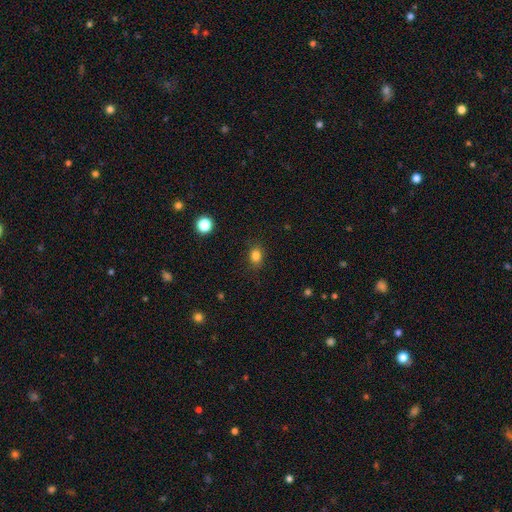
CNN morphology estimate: Smooth or featured: smooth — 82% (star or artifact — 12%)
How rounded: in between — 56% (round — 43%)
Merging: none — 86% (minor disturbance — 10%)